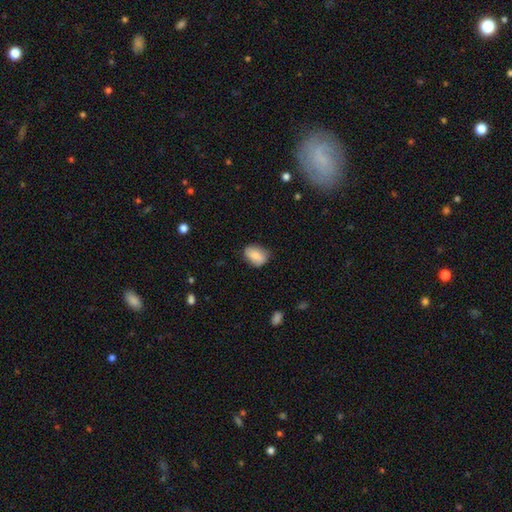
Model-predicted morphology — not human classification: A smooth galaxy with no disk features (80%) that is in between round and cigar-shaped (77%). Merging: none (74%).